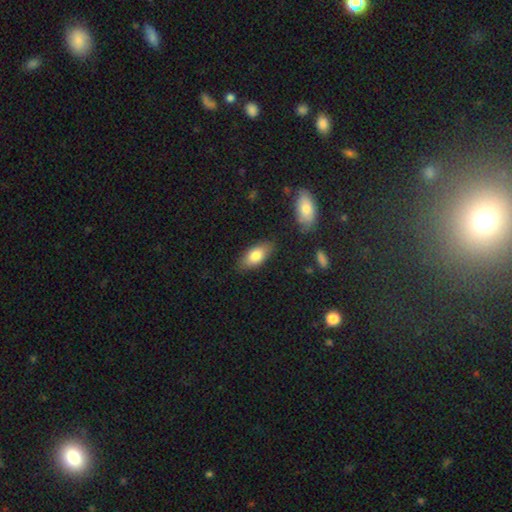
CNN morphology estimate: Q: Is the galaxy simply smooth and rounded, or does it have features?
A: smooth — 80%.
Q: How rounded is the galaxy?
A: in between — 86%.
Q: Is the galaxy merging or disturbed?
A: none — 81%.